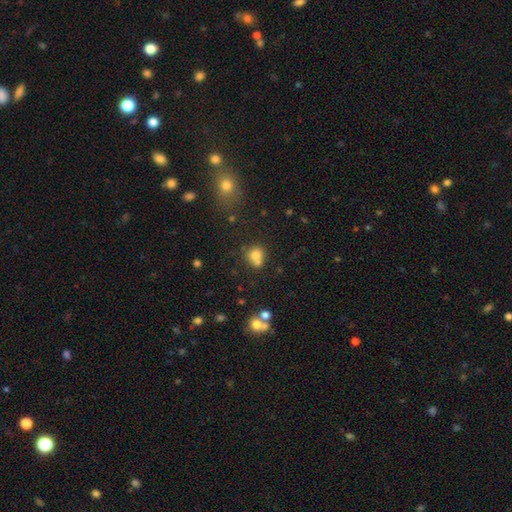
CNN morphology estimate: The model was most divided on "merging": none: 44%, merger: 38%, minor disturbance: 13%, major disturbance: 5%. More confident: how rounded — round (76%); smooth or featured — smooth (74%).